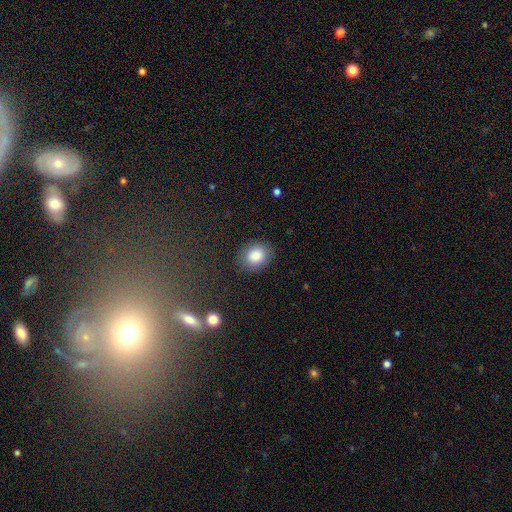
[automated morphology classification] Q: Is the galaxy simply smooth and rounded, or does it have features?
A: smooth — 86%.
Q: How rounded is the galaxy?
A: round — 50%.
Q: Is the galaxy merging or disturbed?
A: none — 87%.